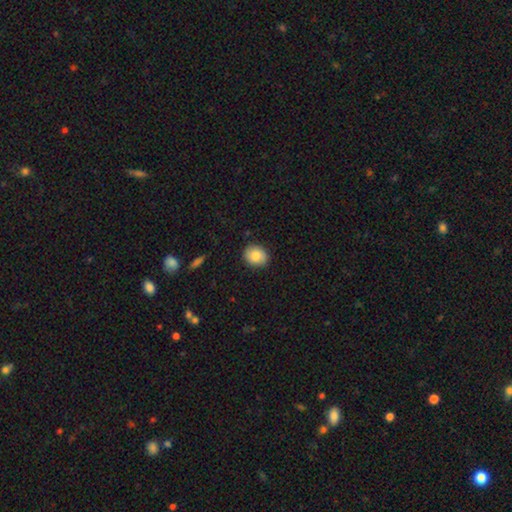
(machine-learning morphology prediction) Smooth or featured?
  - smooth: 84% *
  - featured or disk: 8%
  - star or artifact: 8%
How rounded?
  - round: 59% *
  - in between: 40%
  - cigar-shaped: 1%
Merging?
  - none: 88% *
  - minor disturbance: 9%
  - major disturbance: 2%
  - merger: 1%